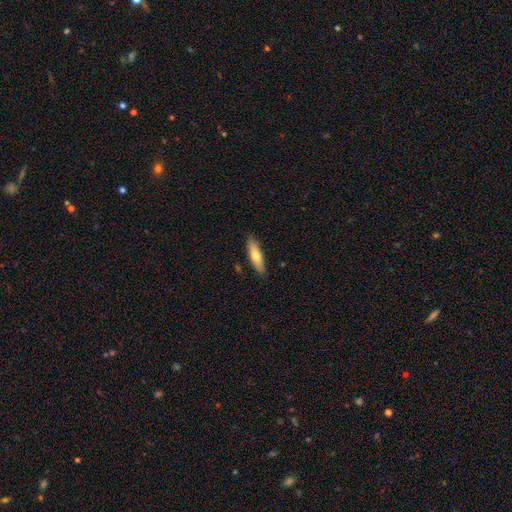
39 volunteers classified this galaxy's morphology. This appears to be a smooth galaxy with no disk features (72%) that is cigar-shaped (71%). Merging: none (86%).